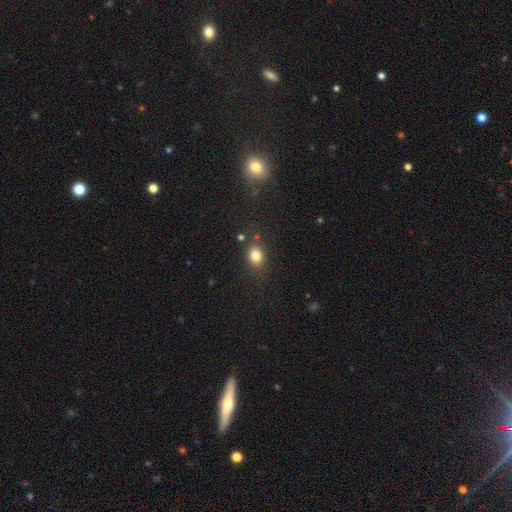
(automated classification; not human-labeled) Overall: smooth (81%). How rounded: in between (53%; round 45%). Merging: none (77%).